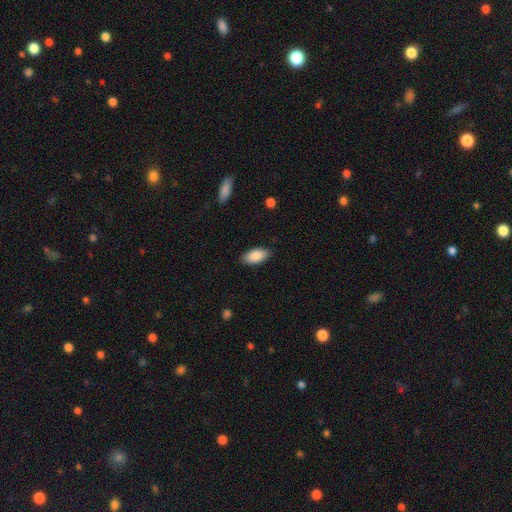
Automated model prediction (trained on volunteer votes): Smooth or featured?
  - smooth: 88% *
  - featured or disk: 6%
  - star or artifact: 6%
How rounded?
  - in between: 94% *
  - cigar-shaped: 4%
  - round: 2%
Merging?
  - none: 87% *
  - minor disturbance: 9%
  - major disturbance: 2%
  - merger: 1%